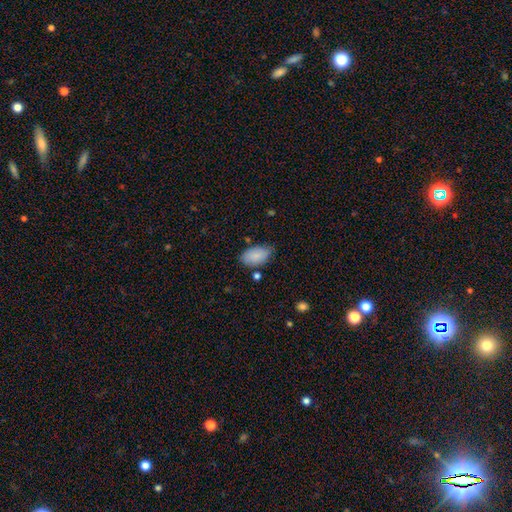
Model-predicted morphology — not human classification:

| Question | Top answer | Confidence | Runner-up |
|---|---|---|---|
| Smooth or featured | smooth | 85% | featured or disk (8%) |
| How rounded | in between | 94% | round (5%) |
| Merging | none | 69% | minor disturbance (22%) |